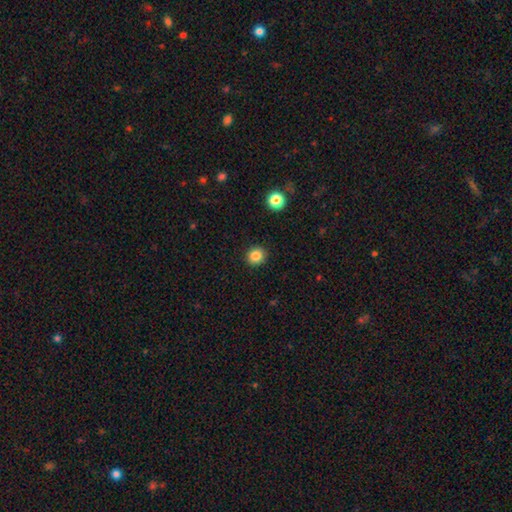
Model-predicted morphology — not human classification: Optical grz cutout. It shows a smooth galaxy with no disk features (84%) that is round (88%). Merging: none (91%).